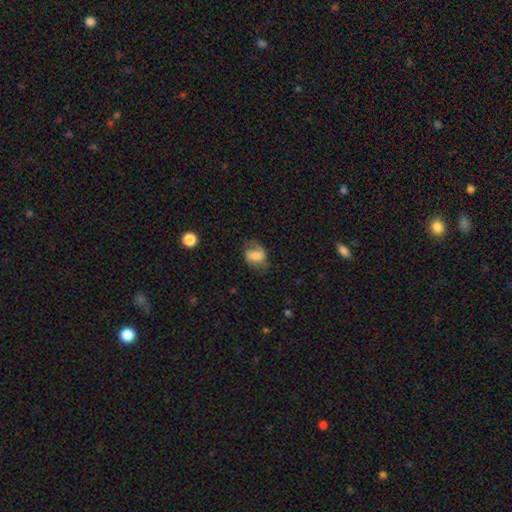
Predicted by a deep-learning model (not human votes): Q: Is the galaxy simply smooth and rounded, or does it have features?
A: smooth — 61%.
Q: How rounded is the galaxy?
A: in between — 72%.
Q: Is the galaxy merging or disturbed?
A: none — 50%.